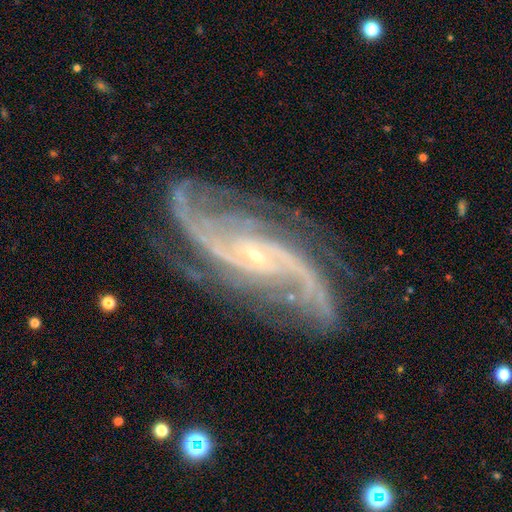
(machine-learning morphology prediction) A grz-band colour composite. It shows a featured or disk galaxy (92%) with no bar (49%), 2 (43%) medium (50%) spiral arms (98%) and a small central bulge (86%). Merging: none (75%).